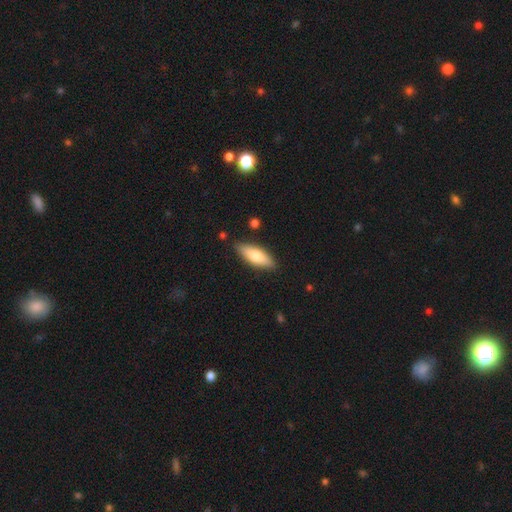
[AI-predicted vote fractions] A smooth galaxy with no disk features (72%) that is in between round and cigar-shaped (60%).

Vote fractions:
- Smooth or featured? smooth: 72% / featured or disk: 23% / star or artifact: 6%
- How rounded? in between: 60% / cigar-shaped: 38% / round: 2%
- Merging? none: 85% / minor disturbance: 11% / major disturbance: 2% / merger: 2%